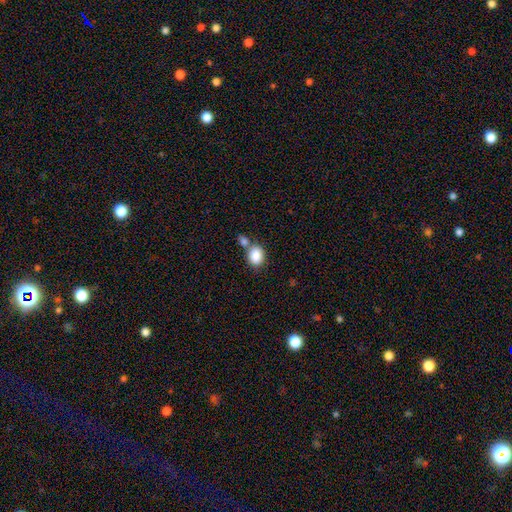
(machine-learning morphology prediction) This appears to be a smooth galaxy with no disk features (86%) that is in between round and cigar-shaped (59%). Merging: none (50%).